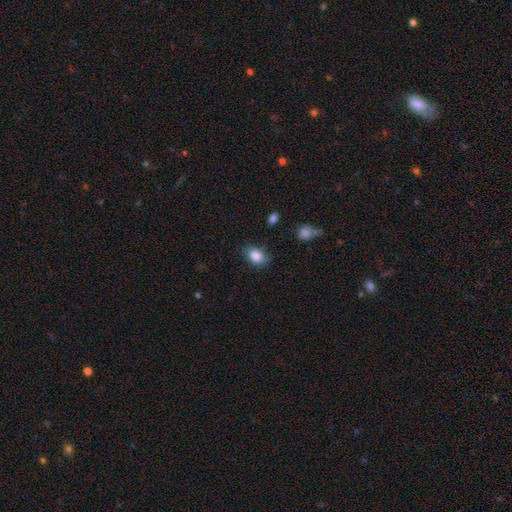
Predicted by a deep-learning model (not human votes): This appears to be a smooth galaxy with no disk features (85%) that is in between round and cigar-shaped (78%). Merging: none (76%).